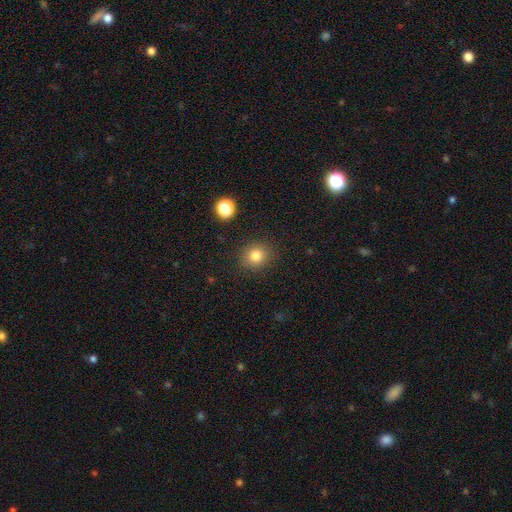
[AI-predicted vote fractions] smooth_or_featured: smooth (p=0.82) [alt: star or artifact p=0.12]
how_rounded: round (p=0.78) [alt: in between p=0.21]
merging: none (p=0.88) [alt: minor disturbance p=0.08]